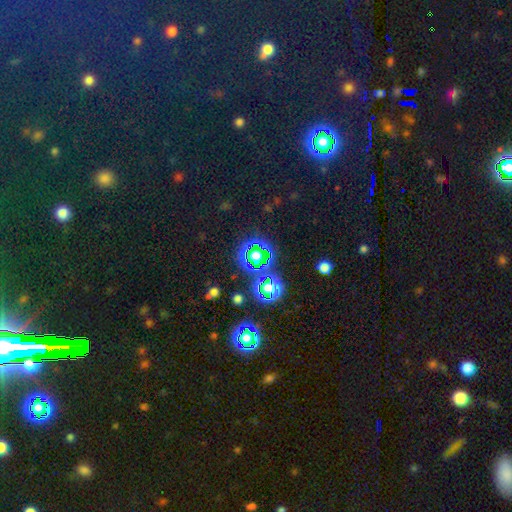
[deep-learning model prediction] This appears to be a star or artifact, not a galaxy (66%).